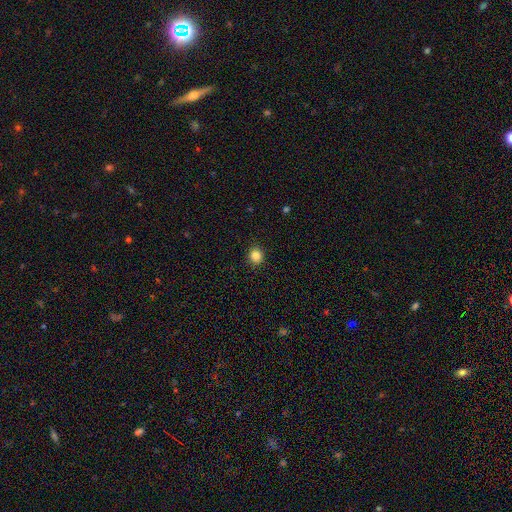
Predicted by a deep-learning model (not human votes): Morphology: type=smooth (85%); roundness=round (86%); merging=none (91%).